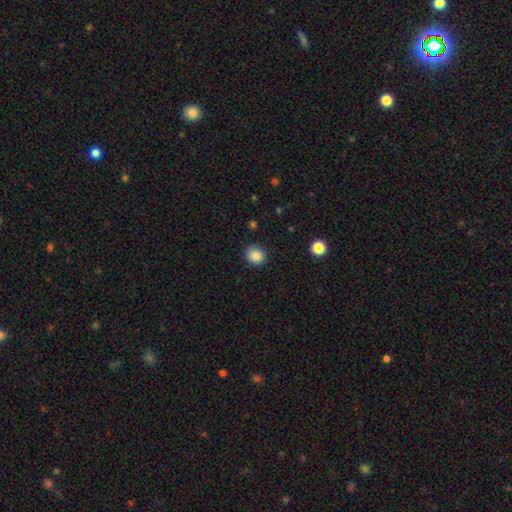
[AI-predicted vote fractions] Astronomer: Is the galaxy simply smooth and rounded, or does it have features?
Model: smooth — 85%.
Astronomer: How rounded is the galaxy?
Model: round — 87%.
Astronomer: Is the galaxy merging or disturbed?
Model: none — 89%.